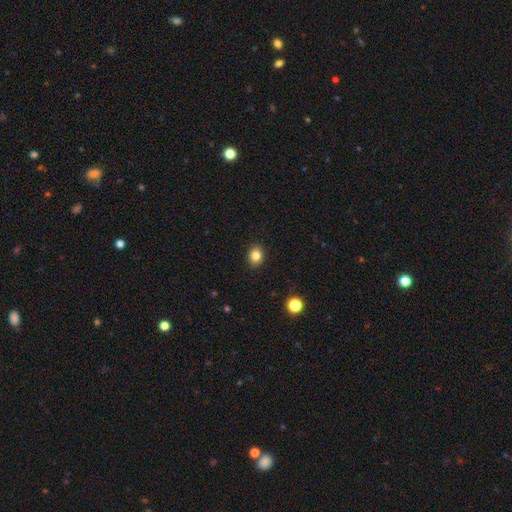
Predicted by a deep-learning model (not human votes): A smooth galaxy with no disk features (83%) that is round (57%). Merging: none (90%).